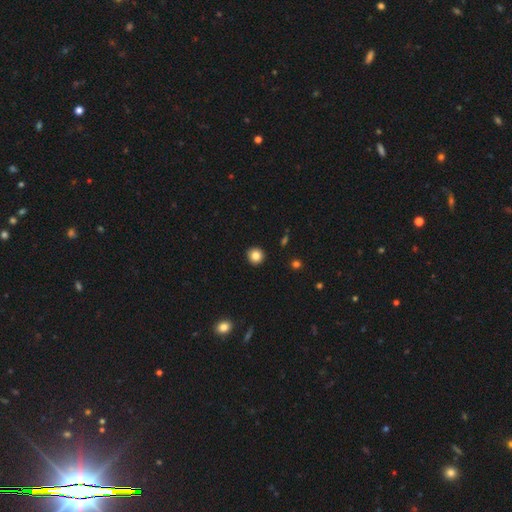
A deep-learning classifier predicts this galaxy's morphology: The model was most divided on "smooth or featured": smooth: 84%, star or artifact: 10%, featured or disk: 6%. More confident: how rounded — round (94%); merging — none (93%).